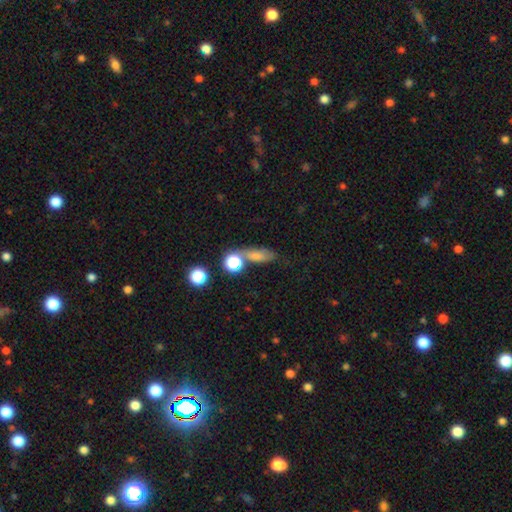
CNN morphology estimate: This is likely a smooth galaxy (68%). How rounded: possibly in between (45%). Merging: possibly none (57%).